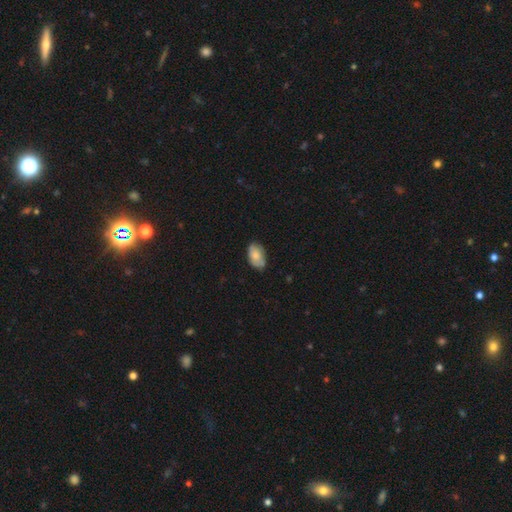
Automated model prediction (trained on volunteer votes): Q: Smooth or featured?
A: smooth (74%); runner-up: featured or disk (19%)
Q: How rounded?
A: in between (92%); runner-up: round (6%)
Q: Merging?
A: none (68%); runner-up: minor disturbance (26%)